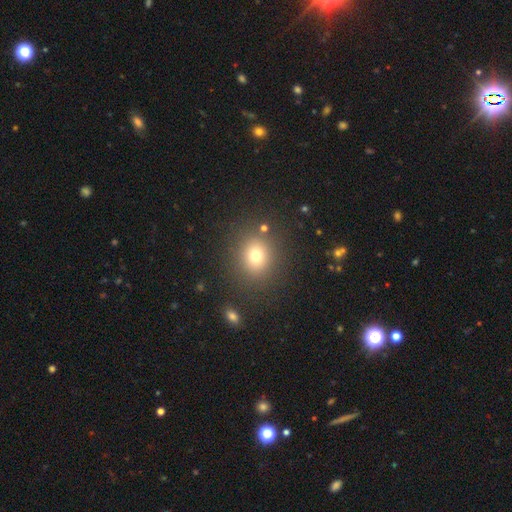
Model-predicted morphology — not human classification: This appears to be a smooth galaxy with no disk features (75%) that is round (74%). Merging: none (86%).